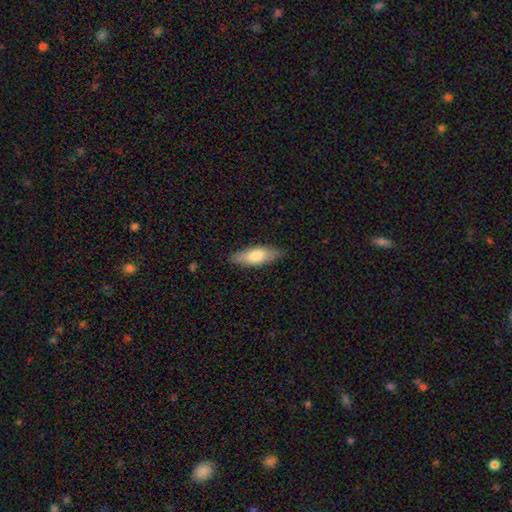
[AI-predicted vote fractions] Q: Smooth or featured?
A: smooth (76%); runner-up: featured or disk (18%)
Q: How rounded?
A: in between (68%); runner-up: cigar-shaped (30%)
Q: Merging?
A: none (84%); runner-up: minor disturbance (13%)